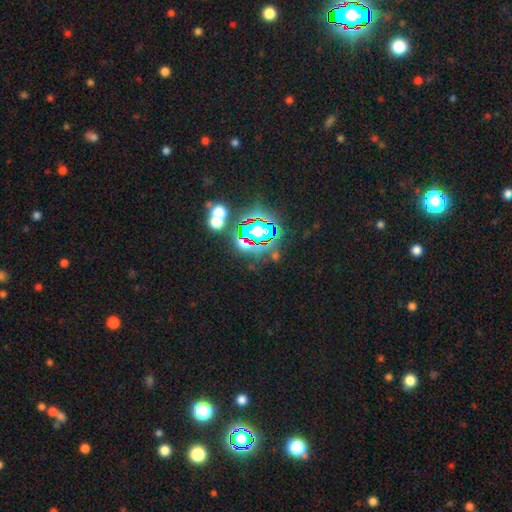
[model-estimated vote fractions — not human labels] Morphology: type=star or artifact (81%).